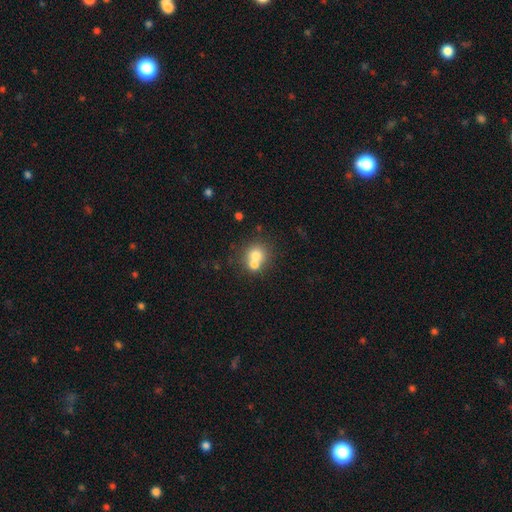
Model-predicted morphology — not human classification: Smooth or featured? smooth (71%)
How rounded? round (81%)
Merging? merger (54%)